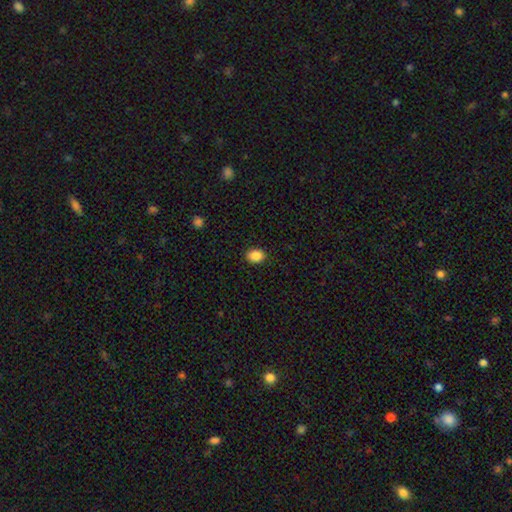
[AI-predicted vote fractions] A smooth galaxy with no disk features (88%) that is in between round and cigar-shaped (59%).

Vote fractions:
- Smooth or featured? smooth: 88% / star or artifact: 9% / featured or disk: 3%
- How rounded? in between: 59% / round: 40% / cigar-shaped: 1%
- Merging? none: 90% / minor disturbance: 7% / major disturbance: 2% / merger: 1%